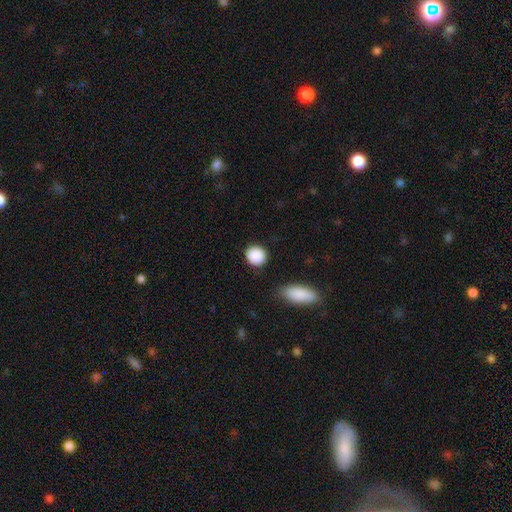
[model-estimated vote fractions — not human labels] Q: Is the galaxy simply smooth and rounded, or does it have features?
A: smooth — 89%.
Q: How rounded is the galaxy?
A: round — 87%.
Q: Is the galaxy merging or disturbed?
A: none — 87%.